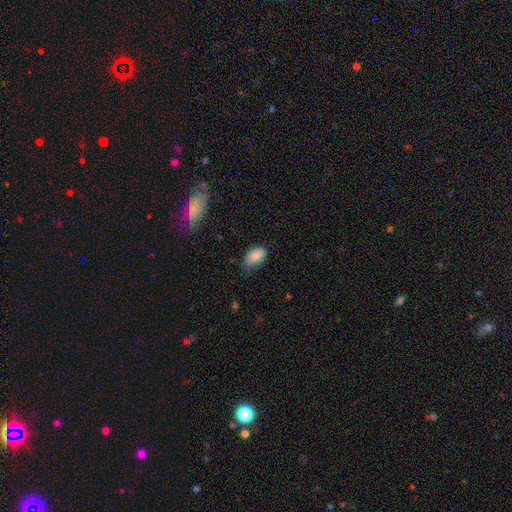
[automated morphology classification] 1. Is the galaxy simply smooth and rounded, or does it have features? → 85% smooth, 8% star or artifact, 7% featured or disk.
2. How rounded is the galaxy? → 93% in between, 5% round, 2% cigar-shaped.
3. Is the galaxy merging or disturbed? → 51% none, 39% minor disturbance, 8% major disturbance, 2% merger.